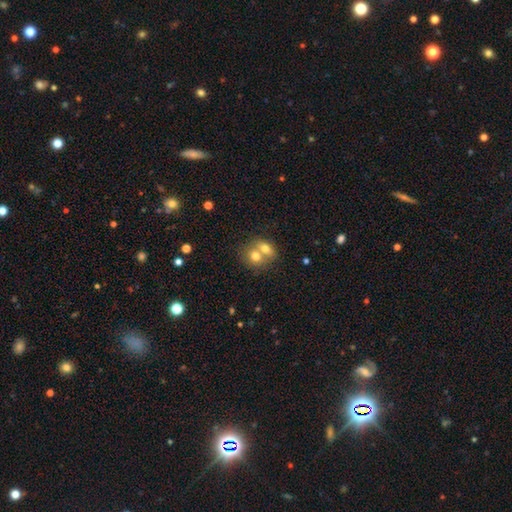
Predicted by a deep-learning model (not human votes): Smooth or featured: smooth — 67% (featured or disk — 22%)
How rounded: round — 62% (in between — 37%)
Merging: merger — 67% (none — 25%)